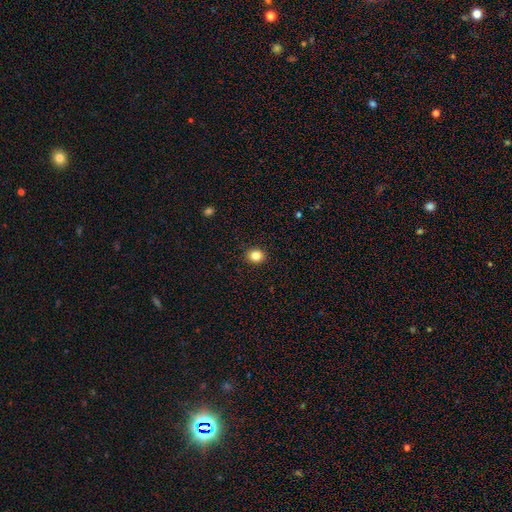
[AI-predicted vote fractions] Smooth or featured?
  - smooth: 84% *
  - star or artifact: 11%
  - featured or disk: 5%
How rounded?
  - round: 72% *
  - in between: 27%
  - cigar-shaped: 1%
Merging?
  - none: 92% *
  - minor disturbance: 6%
  - major disturbance: 2%
  - merger: 1%